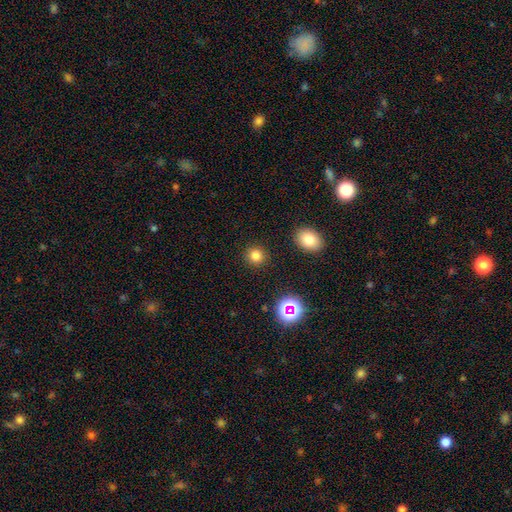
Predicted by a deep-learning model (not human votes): Overall: smooth (79%). How rounded: round (91%). Merging: none (91%).